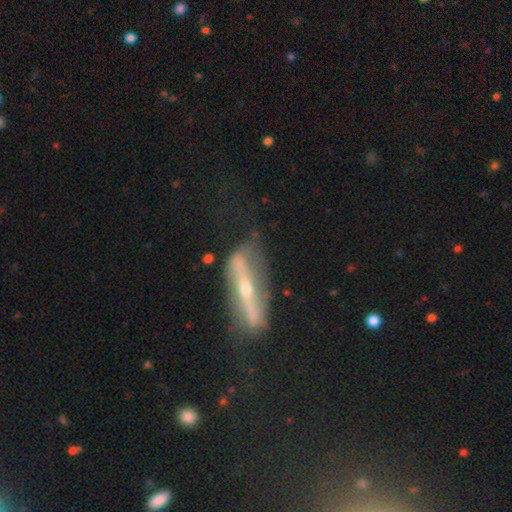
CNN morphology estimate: type=featured or disk (80%); edge-on=no (52%); merging=none (58%).